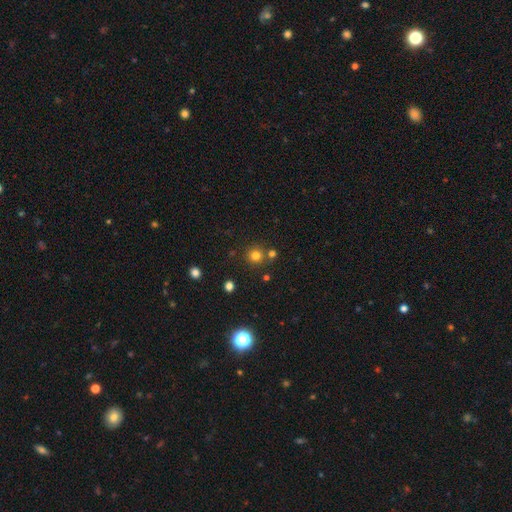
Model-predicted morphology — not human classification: A smooth galaxy with no disk features (76%) that is round (93%).

Vote fractions:
- Smooth or featured? smooth: 76% / star or artifact: 17% / featured or disk: 6%
- How rounded? round: 93% / in between: 6% / cigar-shaped: 1%
- Merging? none: 76% / merger: 14% / minor disturbance: 7% / major disturbance: 3%